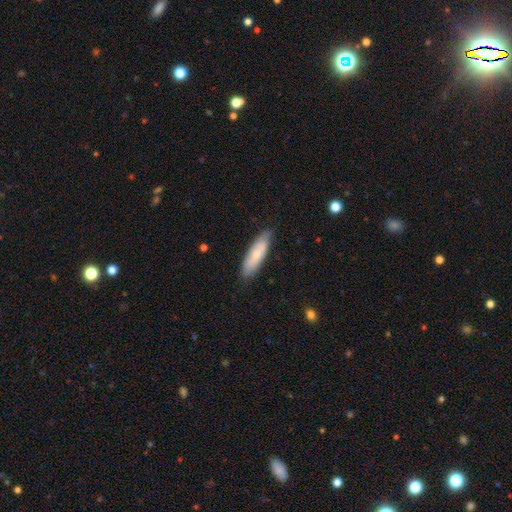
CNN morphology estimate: Smooth or featured: smooth — 65% (featured or disk — 29%)
How rounded: cigar-shaped — 51% (in between — 47%)
Merging: none — 79% (minor disturbance — 17%)